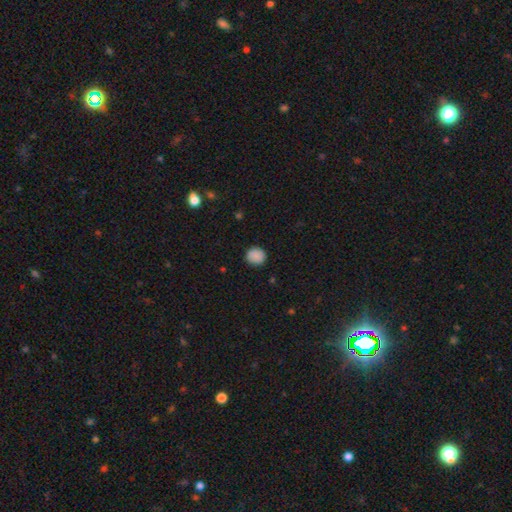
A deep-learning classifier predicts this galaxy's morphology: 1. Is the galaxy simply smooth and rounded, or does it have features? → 88% smooth, 8% star or artifact, 4% featured or disk.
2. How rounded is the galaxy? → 88% round, 11% in between, 1% cigar-shaped.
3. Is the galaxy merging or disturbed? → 88% none, 8% minor disturbance, 2% major disturbance, 1% merger.